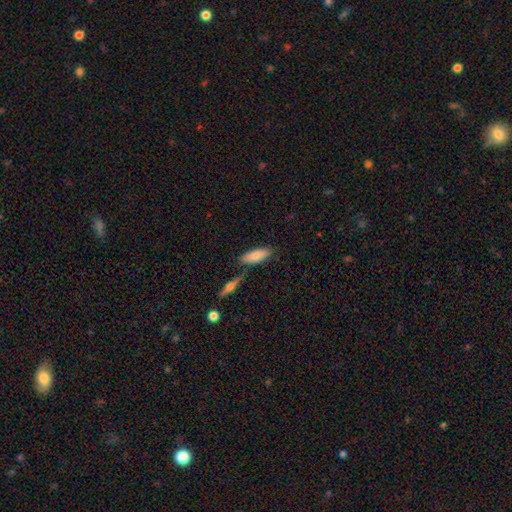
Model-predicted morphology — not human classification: Smooth or featured: smooth — 82% (featured or disk — 12%)
How rounded: in between — 67% (cigar-shaped — 31%)
Merging: none — 72% (minor disturbance — 13%)